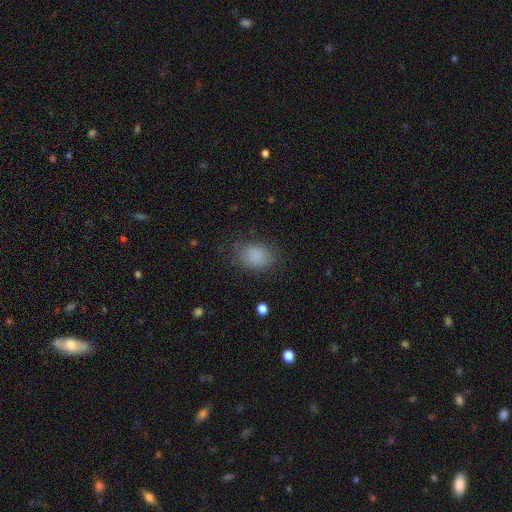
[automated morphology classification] Smooth or featured: smooth — 85% (star or artifact — 10%)
How rounded: in between — 63% (round — 36%)
Merging: none — 75% (minor disturbance — 17%)